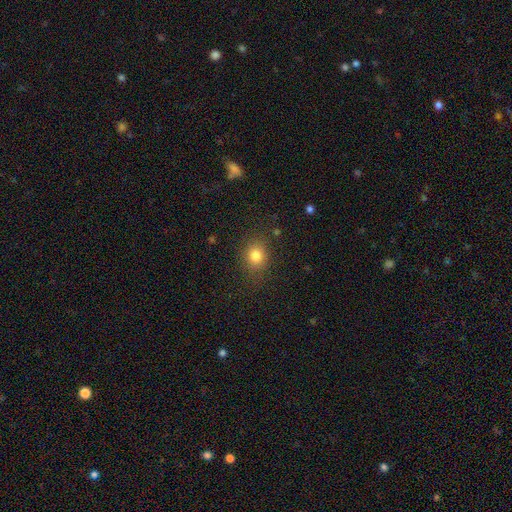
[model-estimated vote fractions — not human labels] Overall: smooth (80%). How rounded: round (66%; in between 33%). Merging: none (84%).